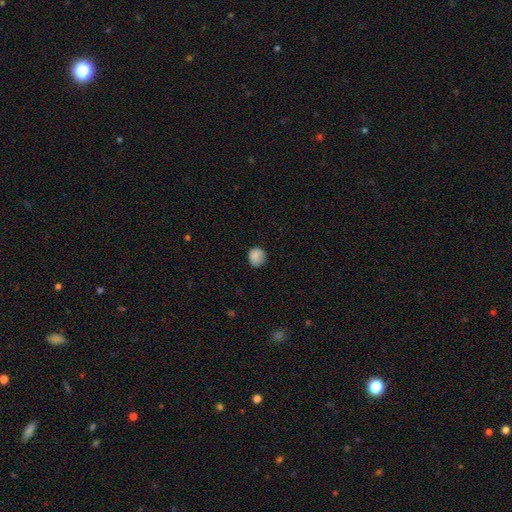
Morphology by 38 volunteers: This appears to be a smooth galaxy with no disk features (92%) that is round (89%). Merging: none (81%).